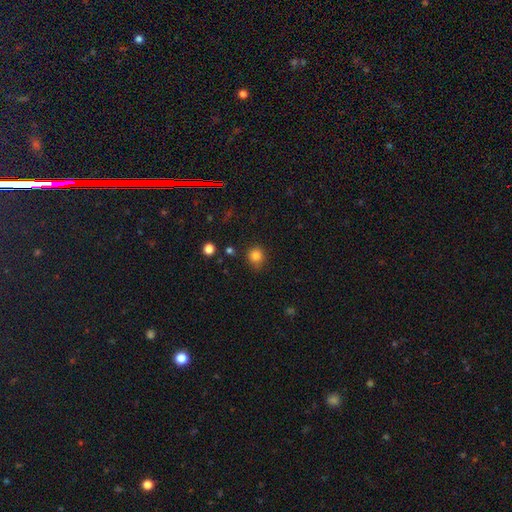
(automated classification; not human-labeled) Morphology: type=smooth (83%); roundness=round (88%); merging=none (81%).